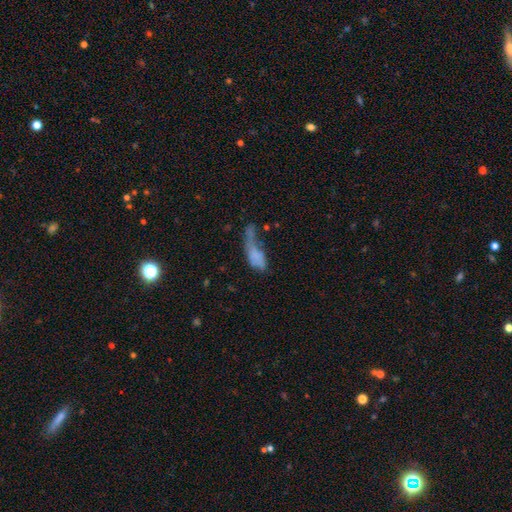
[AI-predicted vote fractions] This is possibly a smooth galaxy (59%). How rounded: likely in between (76%). Merging: possibly major disturbance (47%).